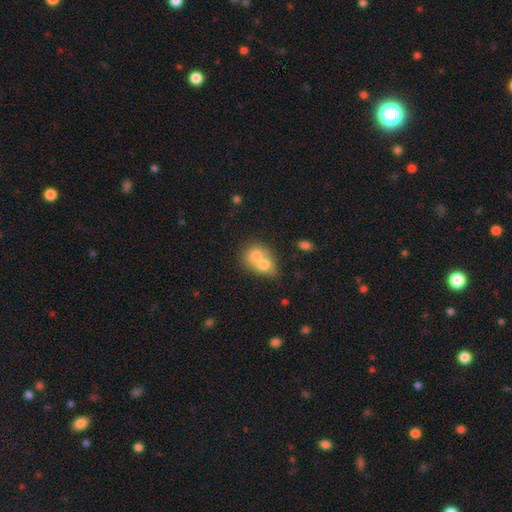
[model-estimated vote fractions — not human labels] Smooth or featured: smooth — 70% (featured or disk — 21%)
How rounded: round — 57% (in between — 41%)
Merging: merger — 73% (none — 19%)